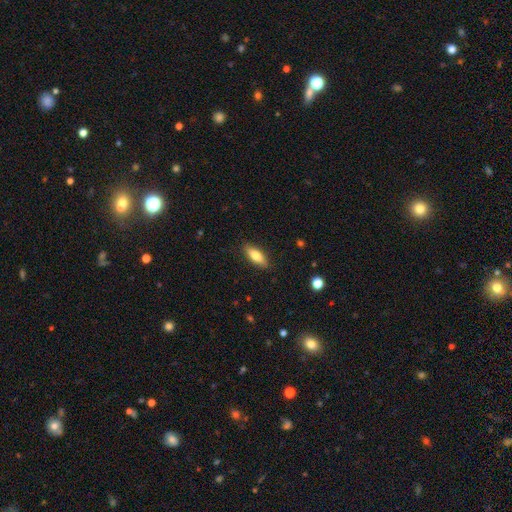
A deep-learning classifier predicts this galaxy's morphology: Smooth or featured: smooth — 74% (featured or disk — 20%)
How rounded: in between — 61% (cigar-shaped — 37%)
Merging: none — 87% (minor disturbance — 10%)